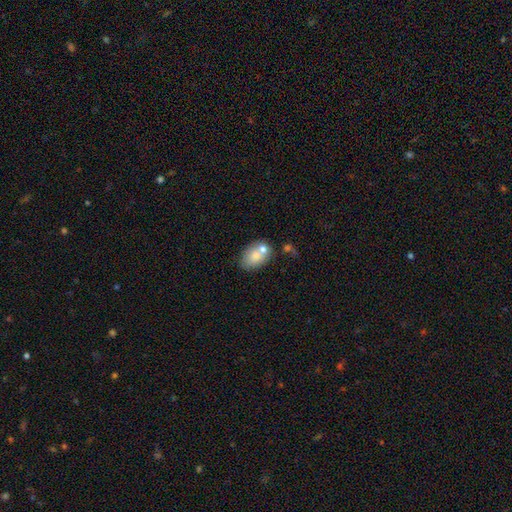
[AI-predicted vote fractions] This is likely a smooth galaxy (73%). How rounded: clearly in between (84%). Merging: possibly none (50%).